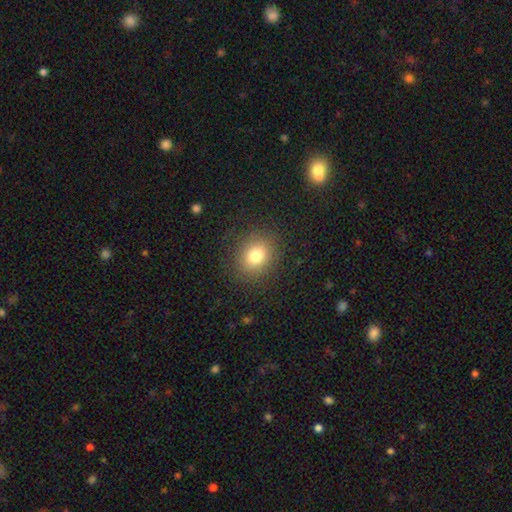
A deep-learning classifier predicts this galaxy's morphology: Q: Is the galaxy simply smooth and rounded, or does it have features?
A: smooth — 79%.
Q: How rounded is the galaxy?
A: round — 64%.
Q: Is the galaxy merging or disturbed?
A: none — 87%.